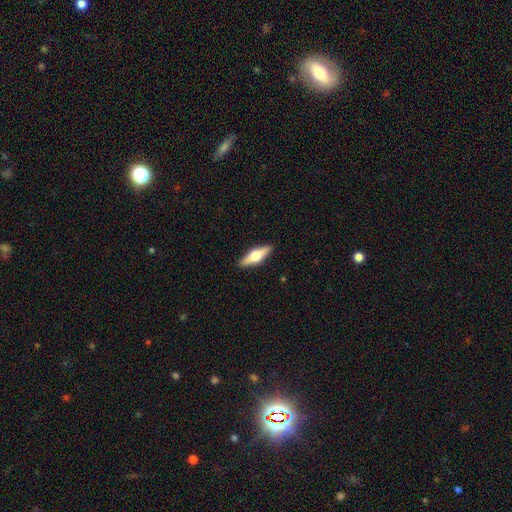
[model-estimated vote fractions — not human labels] A featured or disk galaxy (59%) viewed edge-on (95%) with a rounded central bulge (95%).

Vote fractions:
- Smooth or featured? featured or disk: 59% / smooth: 35% / star or artifact: 6%
- Edge-on disk? yes: 95% / no: 5%
- Edge-on bulge? rounded: 95% / boxy: 4% / none: 1%
- Merging? none: 91% / minor disturbance: 7% / major disturbance: 2% / merger: 1%